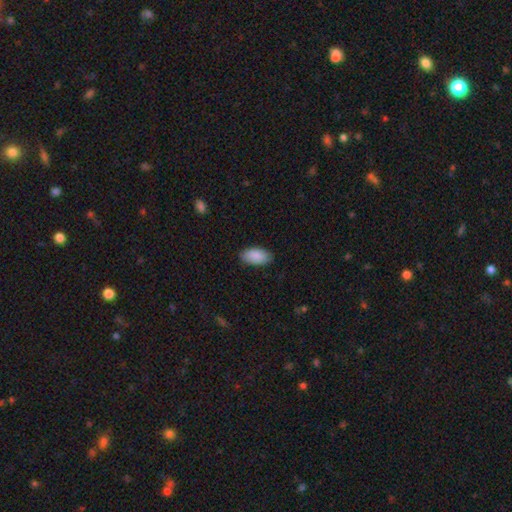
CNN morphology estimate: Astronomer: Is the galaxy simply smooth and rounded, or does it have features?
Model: smooth — 90%.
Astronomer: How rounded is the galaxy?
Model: in between — 95%.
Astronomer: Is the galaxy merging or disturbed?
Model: none — 86%.